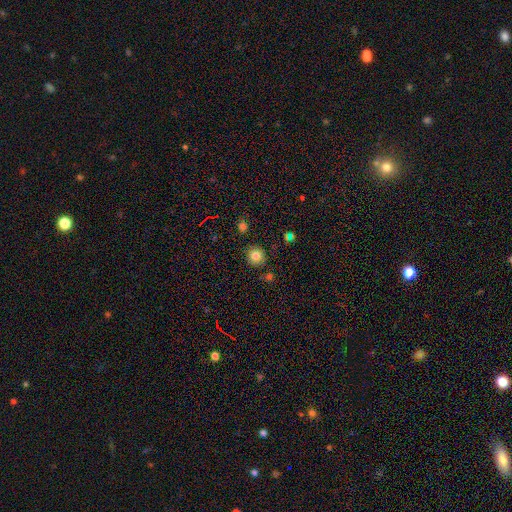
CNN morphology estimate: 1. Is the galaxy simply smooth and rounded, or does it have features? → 81% smooth, 12% star or artifact, 7% featured or disk.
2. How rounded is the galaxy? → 92% round, 7% in between, 1% cigar-shaped.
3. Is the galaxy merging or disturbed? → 87% none, 8% minor disturbance, 3% merger, 2% major disturbance.